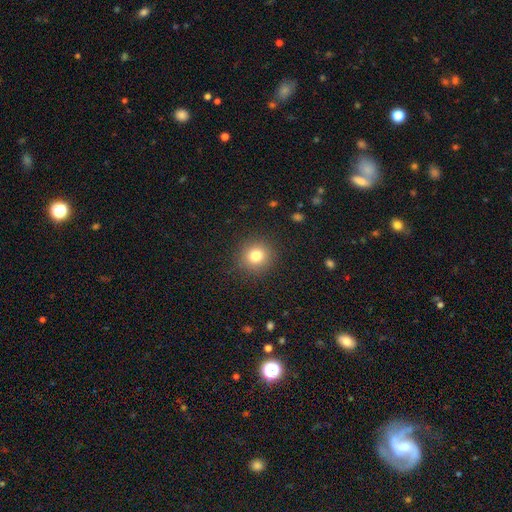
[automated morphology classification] This appears to be a smooth galaxy with no disk features (79%) that is round (91%). Merging: none (90%).